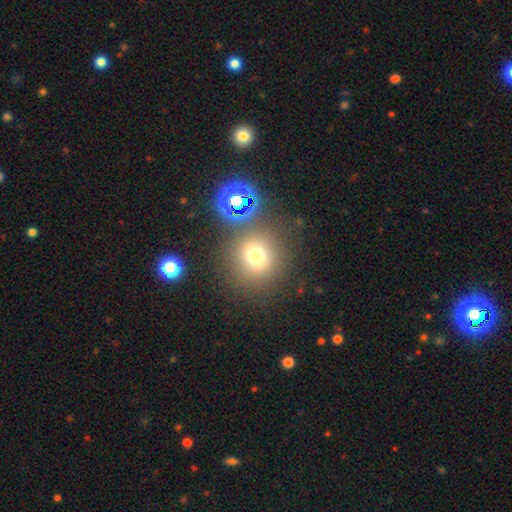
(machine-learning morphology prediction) smooth_or_featured: smooth (p=0.69) [alt: star or artifact p=0.21]
how_rounded: round (p=0.90) [alt: in between p=0.09]
merging: none (p=0.78) [alt: minor disturbance p=0.08]